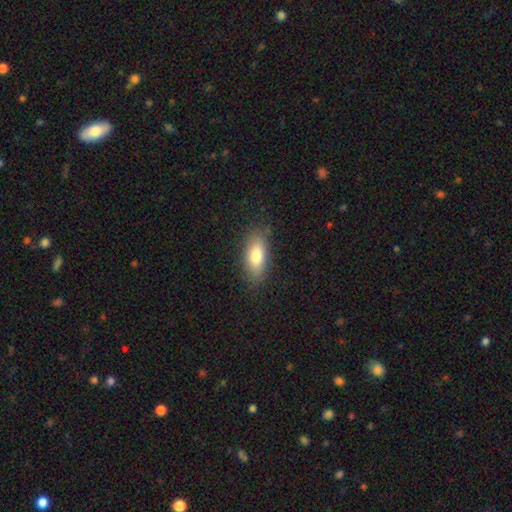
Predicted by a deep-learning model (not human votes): A smooth galaxy with no disk features (76%) that is in between round and cigar-shaped (79%). Merging: none (81%).